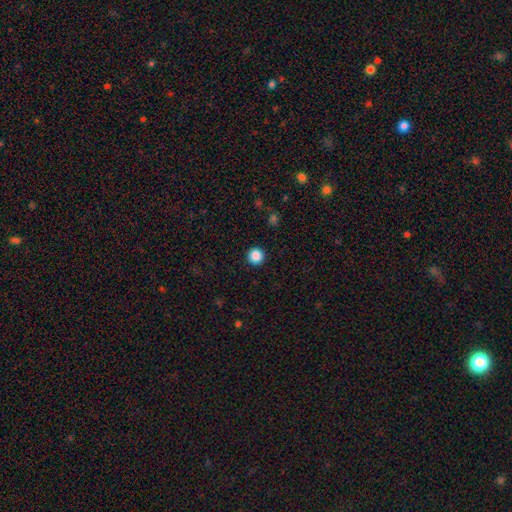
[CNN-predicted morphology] The model was most divided on "smooth or featured": smooth: 87%, star or artifact: 10%, featured or disk: 3%. More confident: how rounded — round (96%); merging — none (93%).